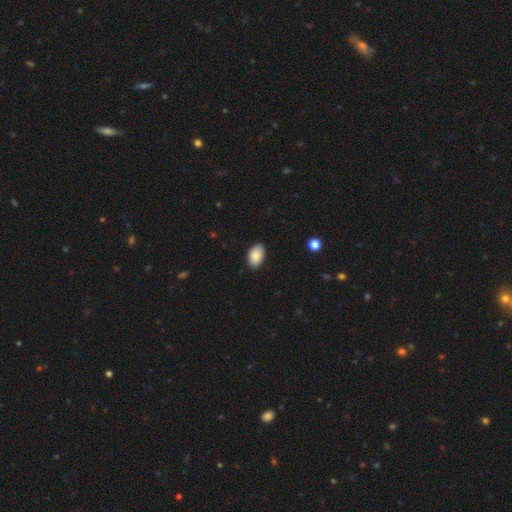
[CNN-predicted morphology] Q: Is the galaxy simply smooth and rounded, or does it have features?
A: smooth — 87%.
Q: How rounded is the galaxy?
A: in between — 93%.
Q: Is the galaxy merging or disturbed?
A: none — 86%.